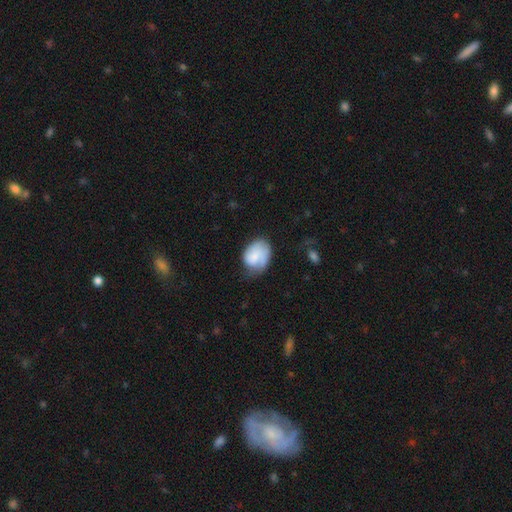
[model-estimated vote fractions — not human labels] Smooth or featured: smooth — 63% (featured or disk — 30%)
How rounded: in between — 69% (round — 30%)
Merging: none — 43% (minor disturbance — 35%)